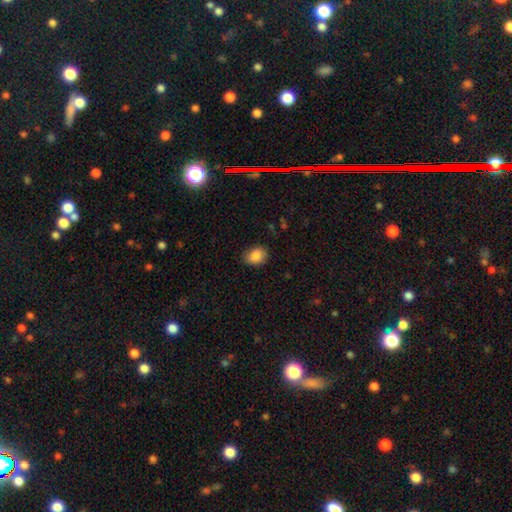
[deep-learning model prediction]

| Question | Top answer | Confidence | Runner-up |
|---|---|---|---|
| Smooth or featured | smooth | 87% | star or artifact (8%) |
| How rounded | in between | 62% | round (37%) |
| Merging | none | 80% | minor disturbance (16%) |